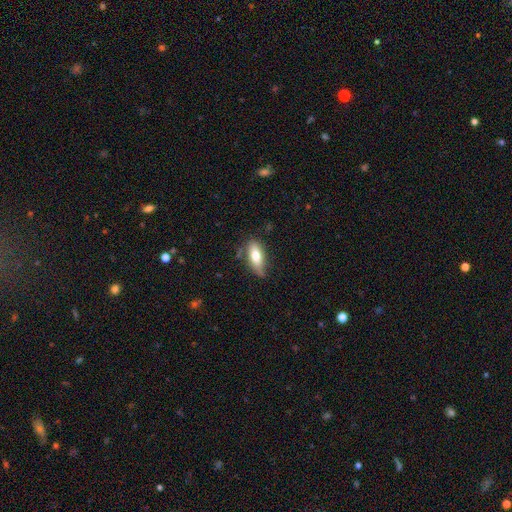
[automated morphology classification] A smooth galaxy with no disk features (72%) that is in between round and cigar-shaped (80%). Merging: none (62%).